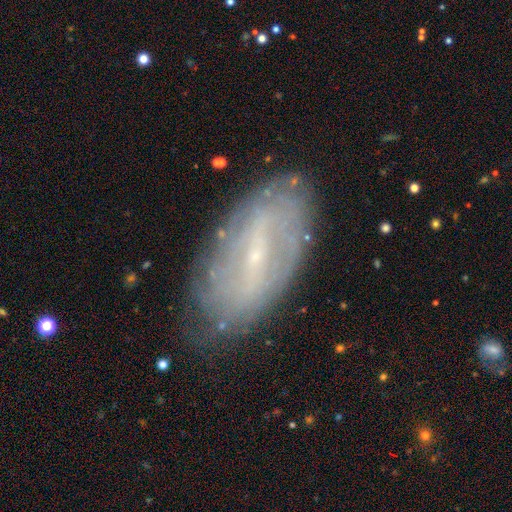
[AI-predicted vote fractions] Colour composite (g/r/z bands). It shows a featured or disk galaxy (70%) with a weak bar (45%), spiral arms (66%) and a small central bulge (85%). Merging: none (80%).